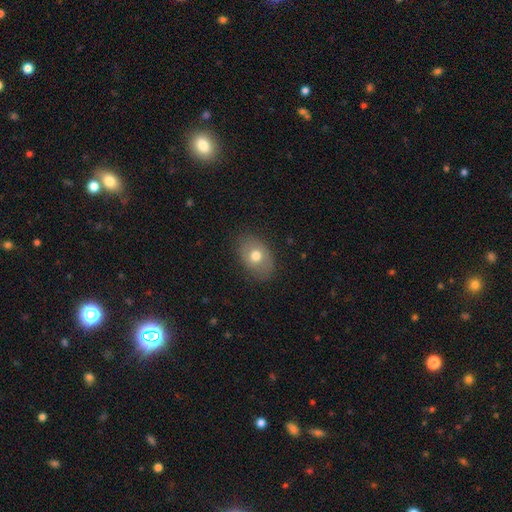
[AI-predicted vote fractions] Smooth or featured? smooth (69%)
How rounded? in between (77%)
Merging? none (80%)